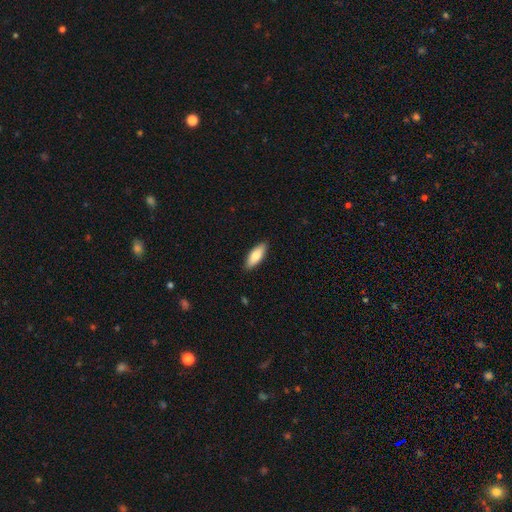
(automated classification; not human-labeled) Smooth or featured: smooth — 78% (featured or disk — 16%)
How rounded: in between — 69% (cigar-shaped — 29%)
Merging: none — 89% (minor disturbance — 8%)